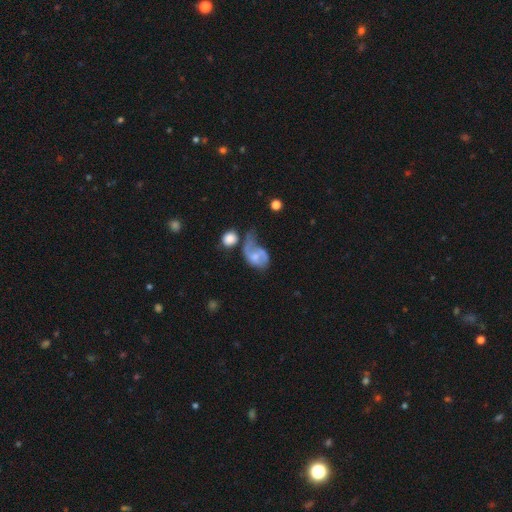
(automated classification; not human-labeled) Q: Smooth or featured?
A: featured or disk (56%); runner-up: smooth (35%)
Q: Edge-on disk?
A: no (97%); runner-up: yes (3%)
Q: Bar?
A: no (66%); runner-up: weak (28%)
Q: Spiral arms?
A: yes (66%); runner-up: no (34%)
Q: Bulge size?
A: moderate (39%); runner-up: small (34%)
Q: Merging?
A: major disturbance (41%); runner-up: merger (23%)